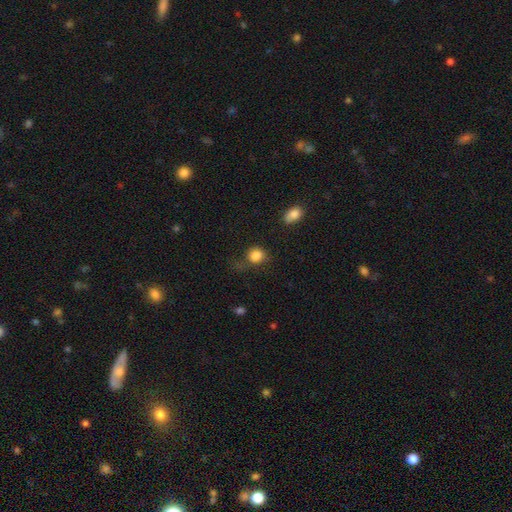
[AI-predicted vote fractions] Smooth or featured?
  - smooth: 85% *
  - star or artifact: 10%
  - featured or disk: 5%
How rounded?
  - round: 74% *
  - in between: 25%
  - cigar-shaped: 1%
Merging?
  - none: 55% *
  - minor disturbance: 23%
  - major disturbance: 17%
  - merger: 5%